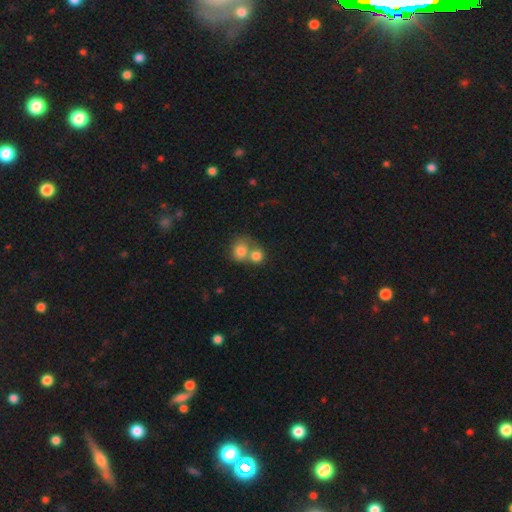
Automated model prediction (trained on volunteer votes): A smooth galaxy with no disk features (79%) that is round (79%).

Vote fractions:
- Smooth or featured? smooth: 79% / featured or disk: 11% / star or artifact: 10%
- How rounded? round: 79% / in between: 20% / cigar-shaped: 1%
- Merging? merger: 59% / none: 31% / minor disturbance: 7% / major disturbance: 3%